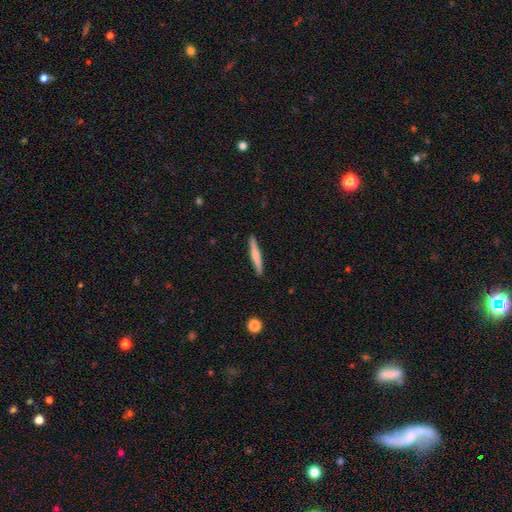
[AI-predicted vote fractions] Overall: smooth (60%; featured or disk 35%). How rounded: cigar-shaped (95%). Merging: none (90%).